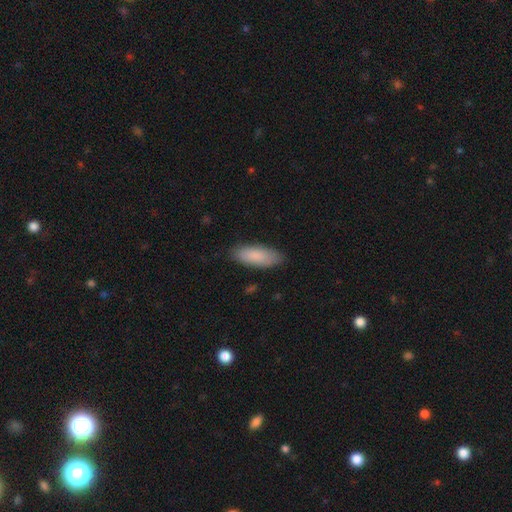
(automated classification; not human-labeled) Smooth or featured? Predicted: smooth (p=0.88). How rounded? Predicted: in between (p=0.73). Merging? Predicted: none (p=0.85).